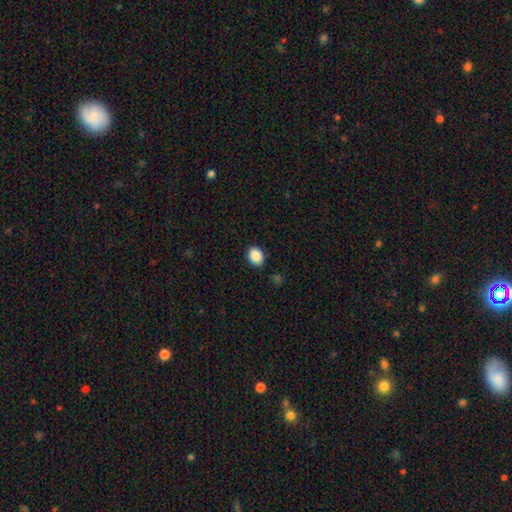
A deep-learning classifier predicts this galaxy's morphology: Smooth or featured? smooth (88%)
How rounded? in between (58%)
Merging? none (85%)